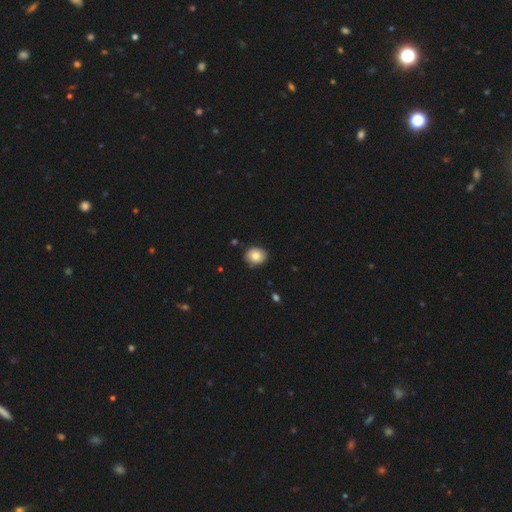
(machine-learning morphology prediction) smooth-or-featured: smooth: 80% | featured or disk: 11% | star or artifact: 9%
  how-rounded: round: 66% | in between: 33% | cigar-shaped: 1%
  merging: none: 85% | minor disturbance: 11% | major disturbance: 2% | merger: 1%